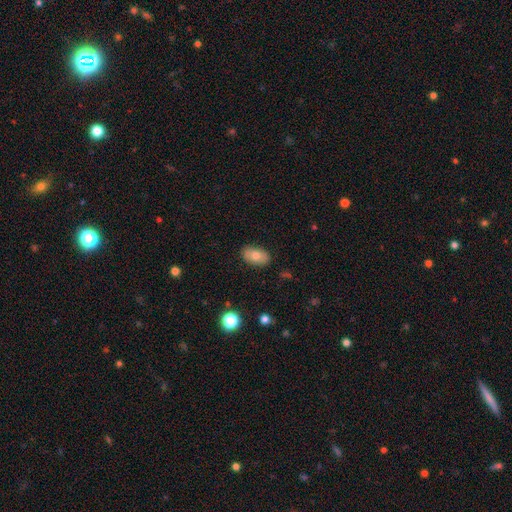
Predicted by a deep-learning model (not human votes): smooth 78%, featured or disk 15%, star or artifact 7%. Down the decision tree: how rounded — in between (91%); merging — none (86%).